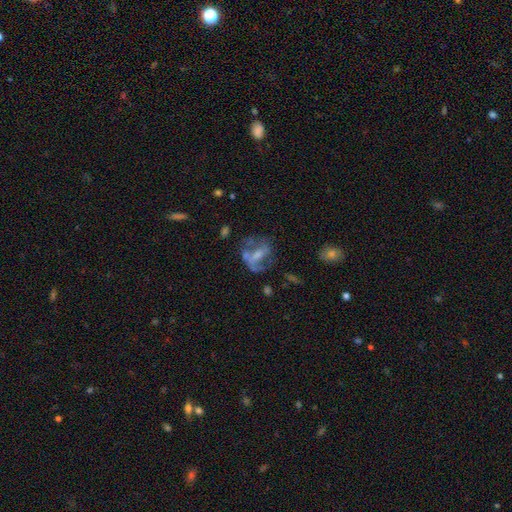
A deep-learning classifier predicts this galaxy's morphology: Q: Smooth or featured?
A: featured or disk (60%); runner-up: smooth (28%)
Q: Edge-on disk?
A: no (96%); runner-up: yes (4%)
Q: Bar?
A: no (44%); runner-up: weak (35%)
Q: Spiral arms?
A: no (61%); runner-up: yes (39%)
Q: Bulge size?
A: moderate (33%); runner-up: small (30%)
Q: Merging?
A: none (40%); runner-up: major disturbance (31%)